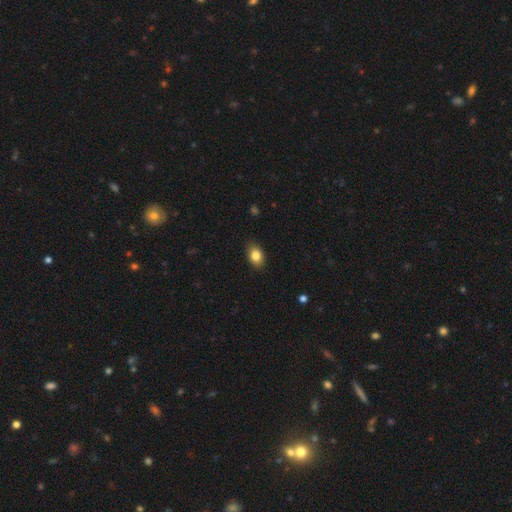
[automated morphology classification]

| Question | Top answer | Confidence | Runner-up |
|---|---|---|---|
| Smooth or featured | smooth | 84% | star or artifact (9%) |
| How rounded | in between | 78% | round (20%) |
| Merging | none | 86% | minor disturbance (10%) |